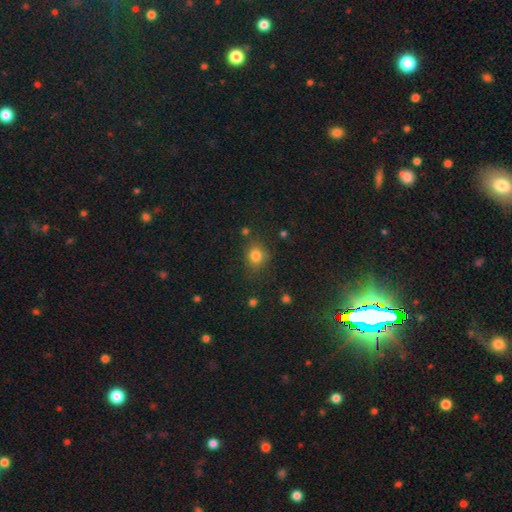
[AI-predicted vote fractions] Morphology: type=smooth (81%); roundness=round (72%); merging=none (78%).